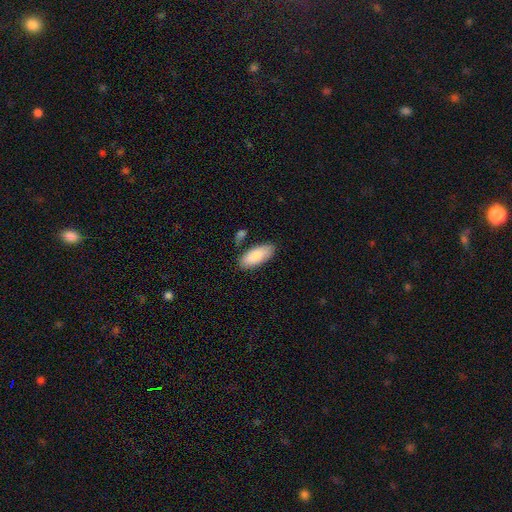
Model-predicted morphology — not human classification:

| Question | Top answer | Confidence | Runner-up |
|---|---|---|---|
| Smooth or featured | smooth | 86% | featured or disk (9%) |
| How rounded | in between | 86% | cigar-shaped (12%) |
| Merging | none | 76% | minor disturbance (14%) |